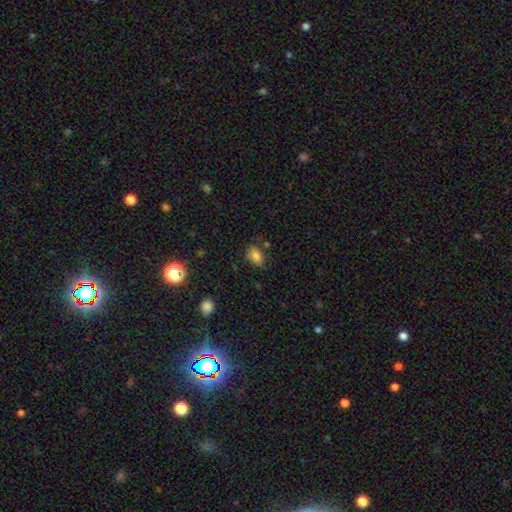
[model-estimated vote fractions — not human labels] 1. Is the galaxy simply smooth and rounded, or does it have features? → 79% smooth, 11% star or artifact, 9% featured or disk.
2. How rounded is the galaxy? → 86% in between, 11% round, 3% cigar-shaped.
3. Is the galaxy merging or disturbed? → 70% none, 20% minor disturbance, 5% merger, 5% major disturbance.